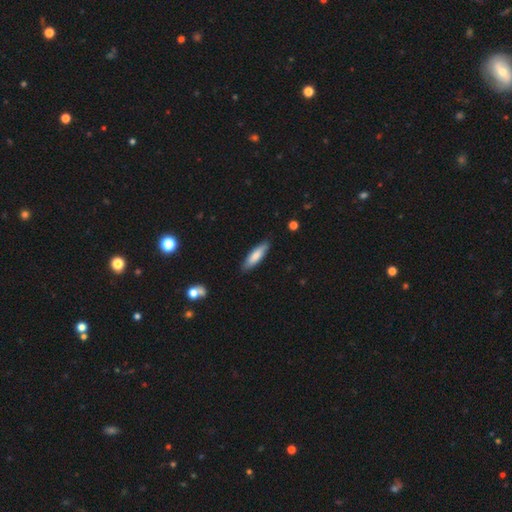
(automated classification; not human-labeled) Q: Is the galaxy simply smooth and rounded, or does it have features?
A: smooth — 79%.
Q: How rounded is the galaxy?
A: cigar-shaped — 63%.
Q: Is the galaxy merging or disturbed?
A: none — 85%.